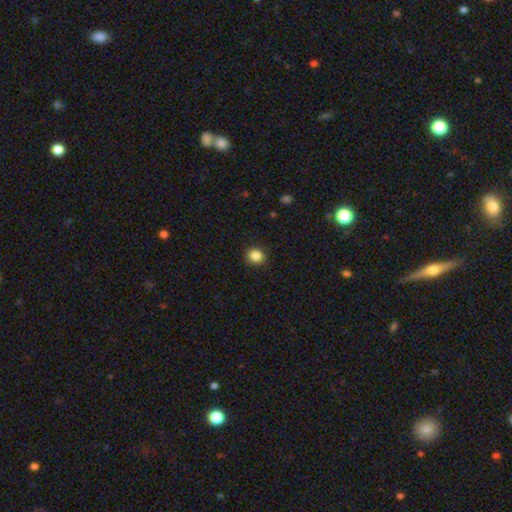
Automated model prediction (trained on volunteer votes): A smooth galaxy with no disk features (86%) that is round (77%). Merging: none (89%).